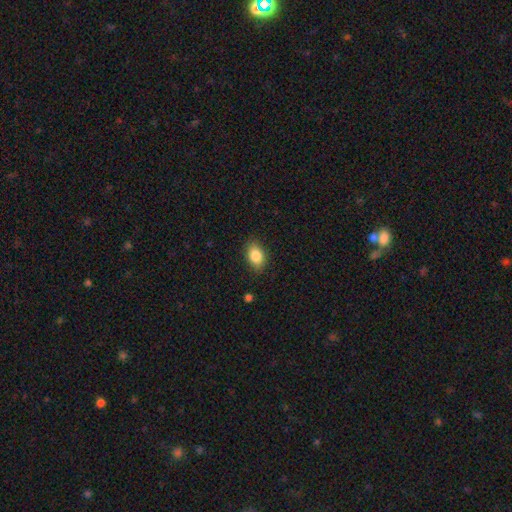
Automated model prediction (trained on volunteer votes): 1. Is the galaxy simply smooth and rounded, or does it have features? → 85% smooth, 8% star or artifact, 7% featured or disk.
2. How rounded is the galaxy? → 83% in between, 16% round, 2% cigar-shaped.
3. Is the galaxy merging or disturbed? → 84% none, 13% minor disturbance, 3% major disturbance, 1% merger.